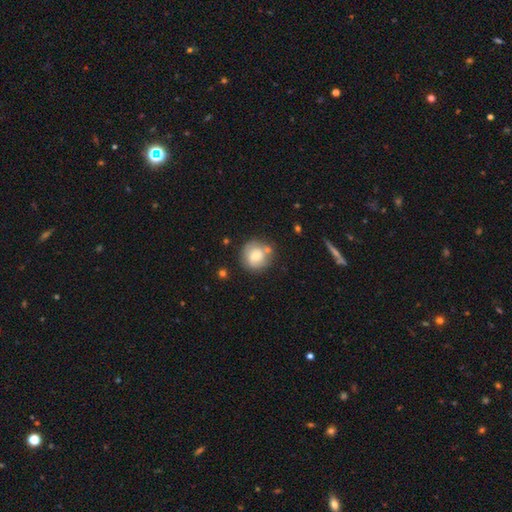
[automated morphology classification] This appears to be a smooth galaxy with no disk features (65%) that is round (89%). Merging: none (66%).